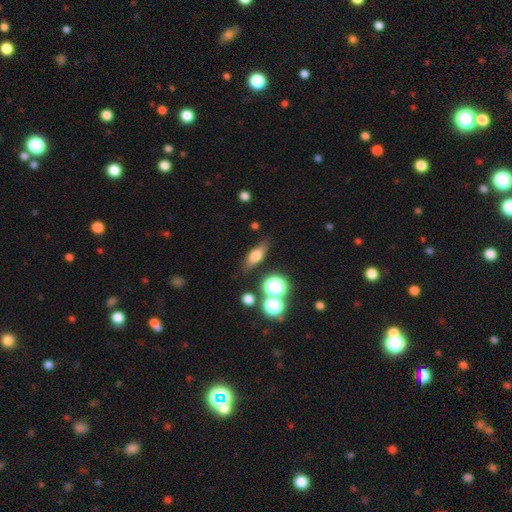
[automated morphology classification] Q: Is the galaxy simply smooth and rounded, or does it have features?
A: smooth — 58%.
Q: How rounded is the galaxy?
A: in between — 54%.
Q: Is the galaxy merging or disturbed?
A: none — 79%.